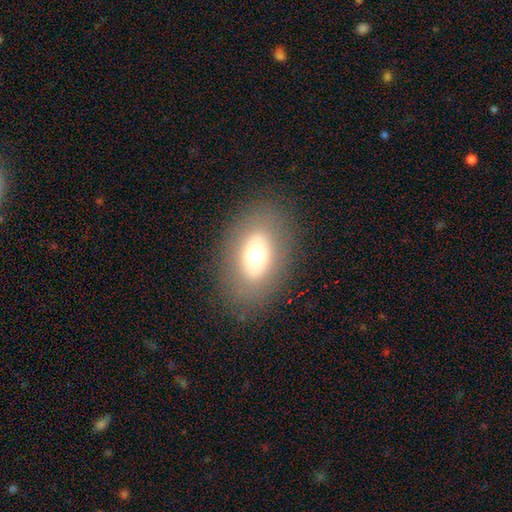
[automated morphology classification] Smooth or featured? Predicted: smooth (p=0.61). How rounded? Predicted: in between (p=0.80). Merging? Predicted: none (p=0.83).